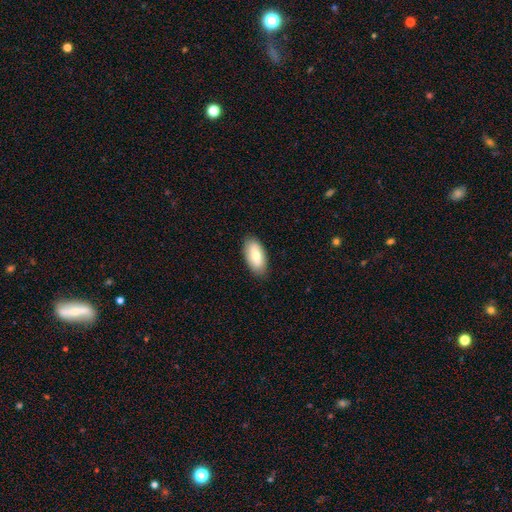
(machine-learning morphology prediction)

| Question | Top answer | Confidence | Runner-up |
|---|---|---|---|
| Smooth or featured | smooth | 72% | featured or disk (22%) |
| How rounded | in between | 90% | cigar-shaped (7%) |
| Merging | none | 87% | minor disturbance (10%) |